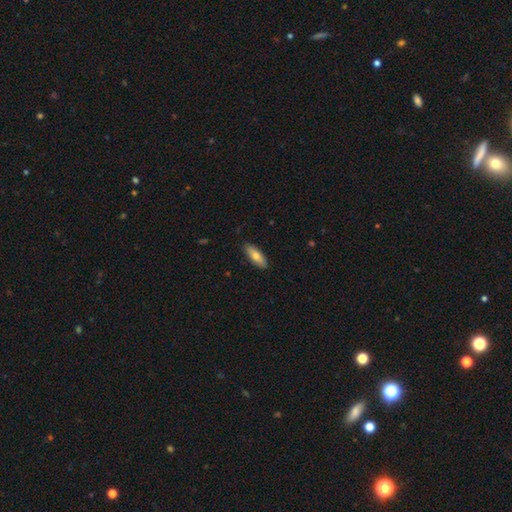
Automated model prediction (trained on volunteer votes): smooth 71%, featured or disk 23%, star or artifact 6%. Down the decision tree: how rounded — in between (64%); merging — none (88%).